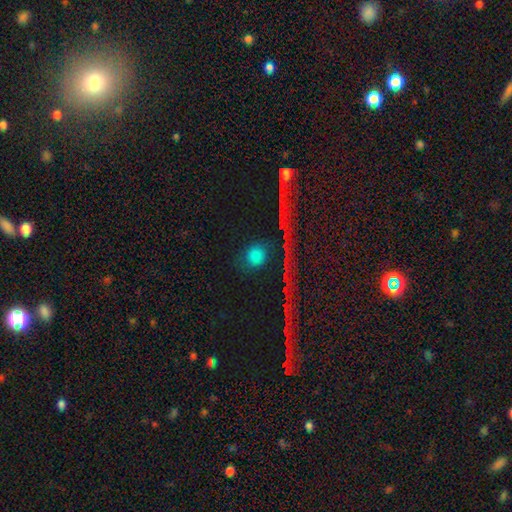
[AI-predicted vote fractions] This is likely a smooth galaxy (67%). How rounded: clearly round (84%). Merging: likely none (79%).